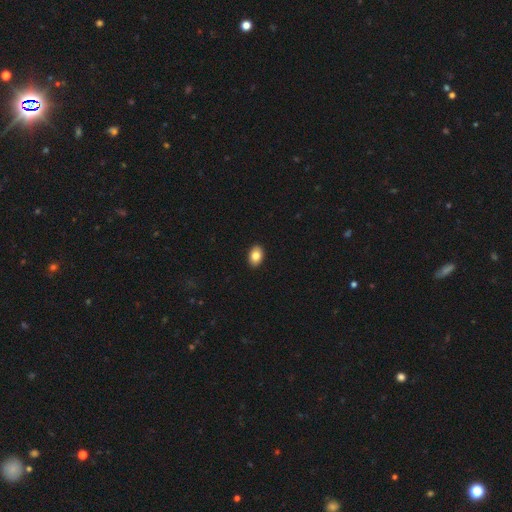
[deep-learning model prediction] The model was most divided on "how rounded": in between: 85%, round: 13%, cigar-shaped: 1%. More confident: merging — none (92%); smooth or featured — smooth (84%).